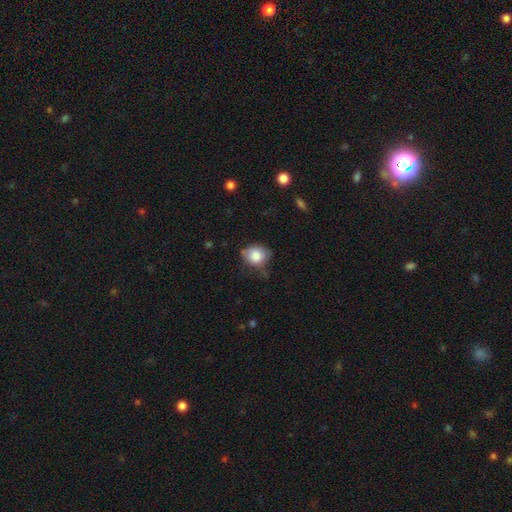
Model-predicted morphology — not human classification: Smooth or featured? Predicted: smooth (p=0.83). How rounded? Predicted: round (p=0.69). Merging? Predicted: none (p=0.58).